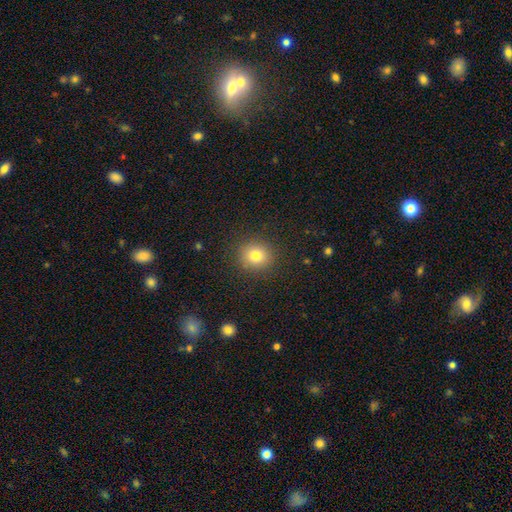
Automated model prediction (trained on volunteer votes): smooth_or_featured: smooth (p=0.80) [alt: star or artifact p=0.12]
how_rounded: round (p=0.83) [alt: in between p=0.16]
merging: none (p=0.89) [alt: minor disturbance p=0.07]